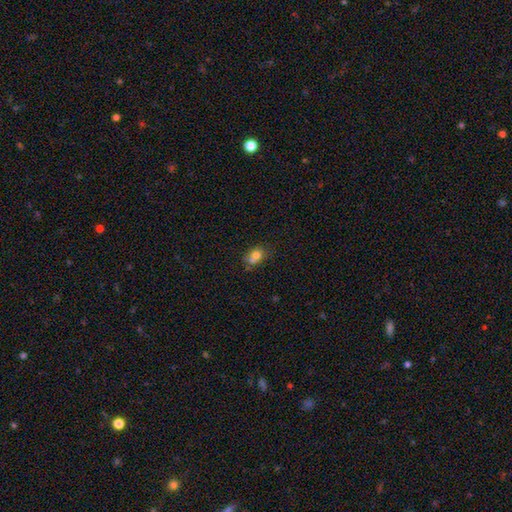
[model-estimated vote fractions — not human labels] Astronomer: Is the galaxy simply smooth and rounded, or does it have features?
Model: smooth — 71%.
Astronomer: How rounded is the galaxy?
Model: in between — 51% (runner-up: round, 48%).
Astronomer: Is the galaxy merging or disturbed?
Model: none — 45% (runner-up: merger, 35%).